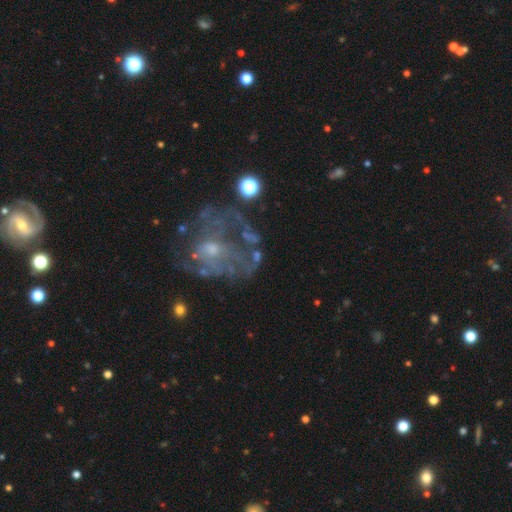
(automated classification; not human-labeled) Smooth or featured? featured or disk (65%)
Edge-on disk? no (97%)
Bar? no (79%)
Spiral arms? no (64%)
Bulge size? small (45%)
Merging? none (39%)